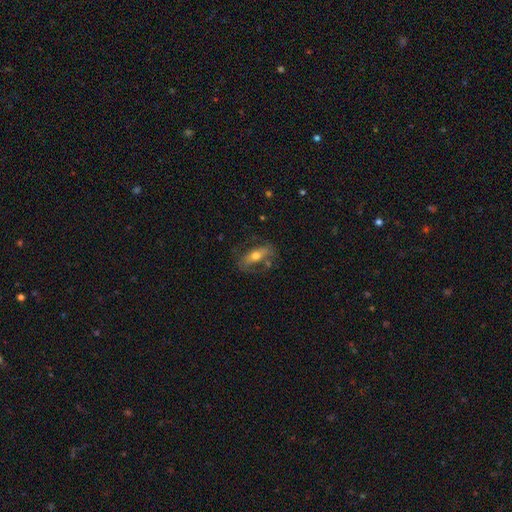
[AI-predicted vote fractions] A featured or disk galaxy (53%). Merging: none (63%).